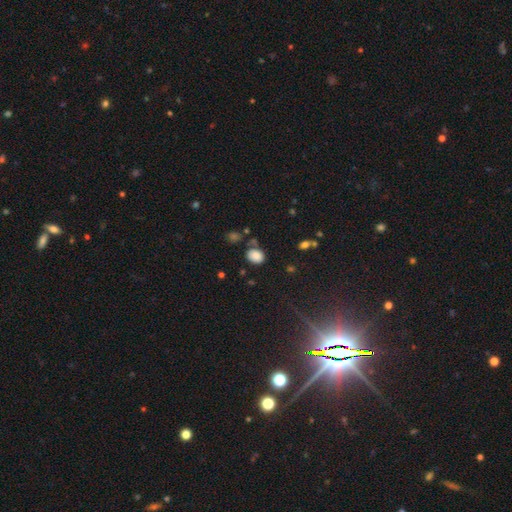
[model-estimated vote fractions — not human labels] smooth 84%, star or artifact 11%, featured or disk 6%. Down the decision tree: how rounded — in between (63%); merging — none (68%).